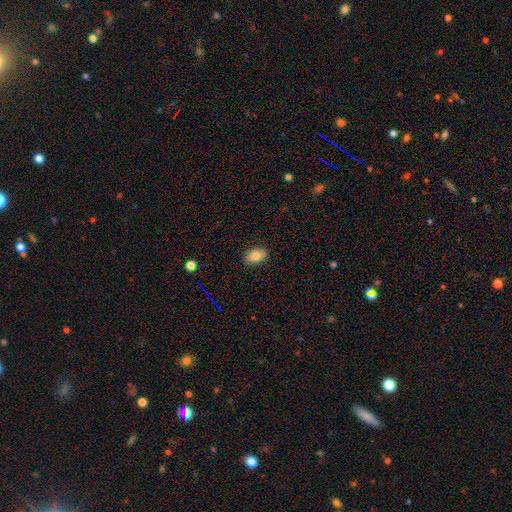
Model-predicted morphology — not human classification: A smooth galaxy with no disk features (82%) that is in between round and cigar-shaped (89%). Merging: none (88%).